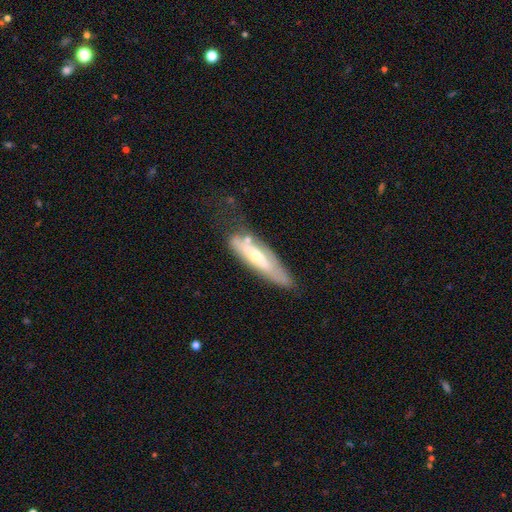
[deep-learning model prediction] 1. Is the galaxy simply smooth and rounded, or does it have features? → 56% featured or disk, 37% smooth, 6% star or artifact.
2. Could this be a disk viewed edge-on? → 57% no, 43% yes.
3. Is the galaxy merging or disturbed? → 48% none, 28% minor disturbance, 15% major disturbance, 9% merger.